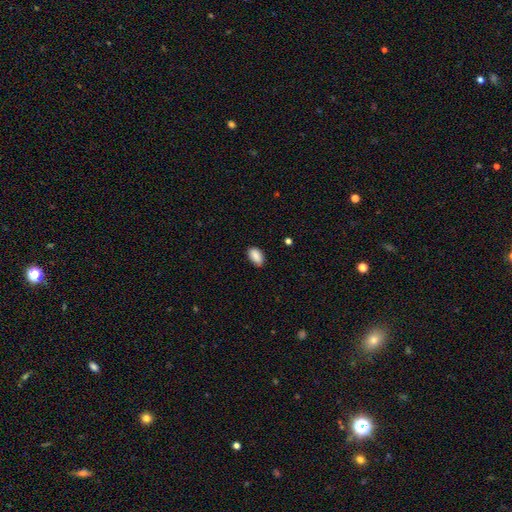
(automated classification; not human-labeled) A smooth galaxy with no disk features (89%) that is in between round and cigar-shaped (93%). Merging: none (83%).